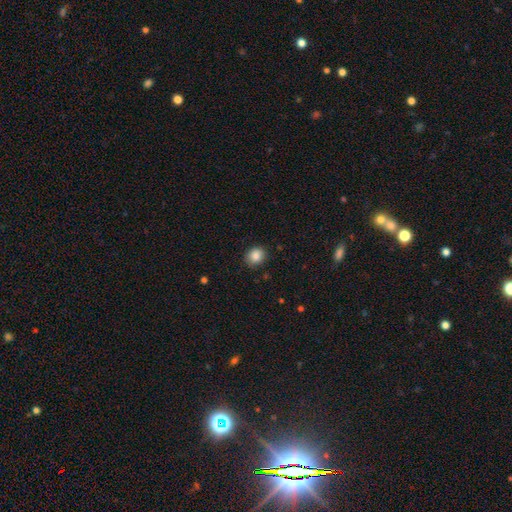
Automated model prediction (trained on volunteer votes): Smooth or featured: smooth — 86% (star or artifact — 9%)
How rounded: round — 67% (in between — 33%)
Merging: none — 87% (minor disturbance — 9%)